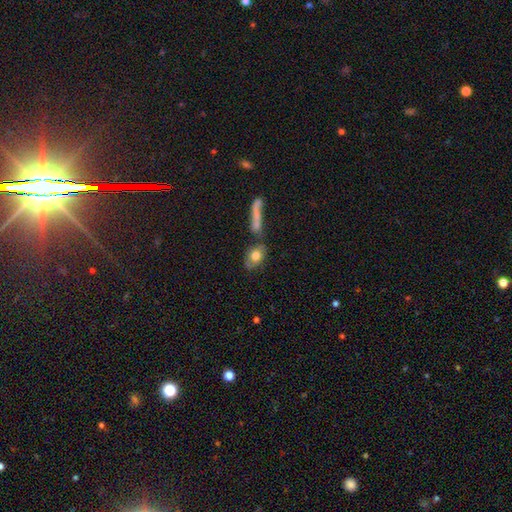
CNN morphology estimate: Smooth or featured?
  - smooth: 73% *
  - featured or disk: 19%
  - star or artifact: 8%
How rounded?
  - in between: 70% *
  - round: 24%
  - cigar-shaped: 6%
Merging?
  - none: 53% *
  - merger: 25%
  - minor disturbance: 14%
  - major disturbance: 8%